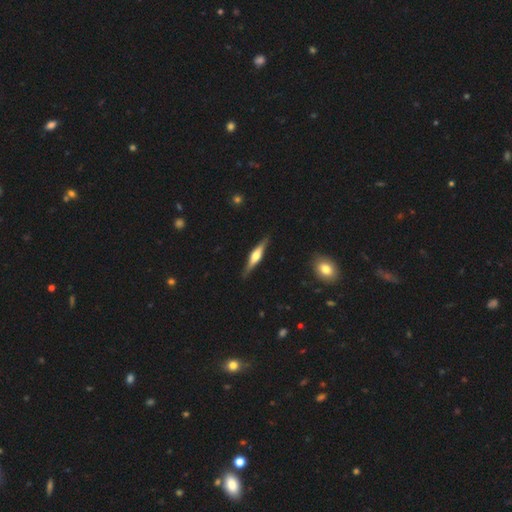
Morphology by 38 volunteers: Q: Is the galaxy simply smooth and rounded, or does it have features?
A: featured or disk — 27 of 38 (71%).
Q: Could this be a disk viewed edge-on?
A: yes — 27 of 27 (100%).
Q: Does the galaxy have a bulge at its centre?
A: rounded — 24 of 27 (89%).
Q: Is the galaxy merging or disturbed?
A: none — 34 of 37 (92%).